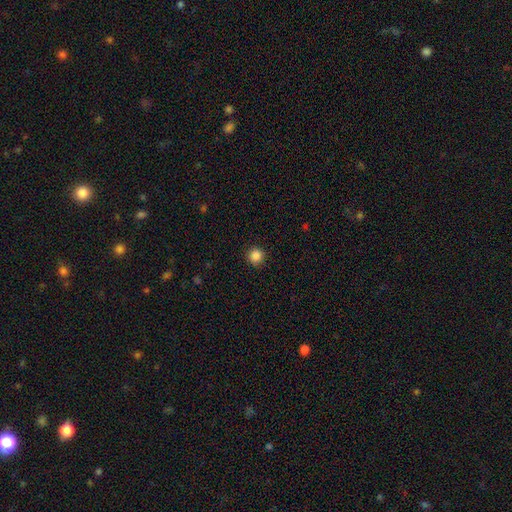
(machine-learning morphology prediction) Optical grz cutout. It shows a smooth galaxy with no disk features (87%) that is round (95%). Merging: none (91%).